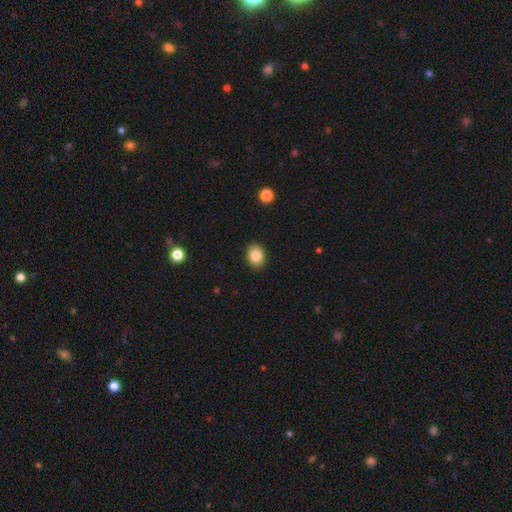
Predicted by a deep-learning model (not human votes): The model was most divided on "how rounded": in between: 70%, round: 29%, cigar-shaped: 1%. More confident: merging — none (90%); smooth or featured — smooth (84%).